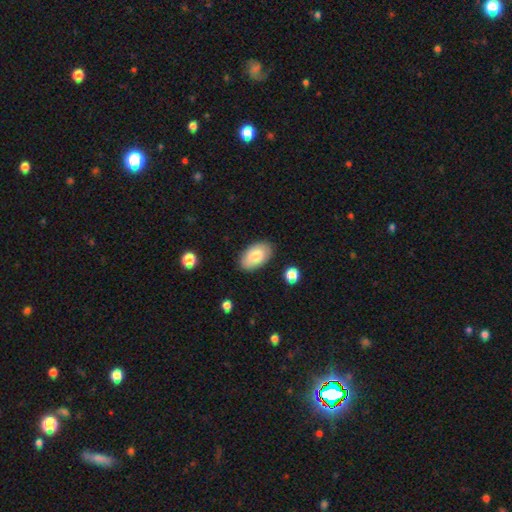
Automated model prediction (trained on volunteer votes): Overall: smooth (82%). How rounded: in between (95%). Merging: none (85%).